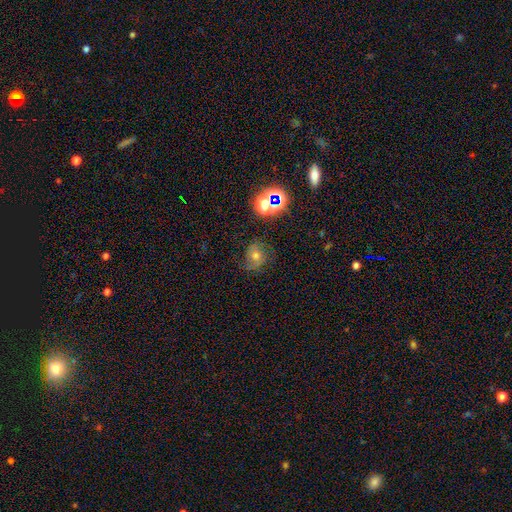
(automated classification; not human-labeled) A featured or disk galaxy (41%). Merging: none (65%).